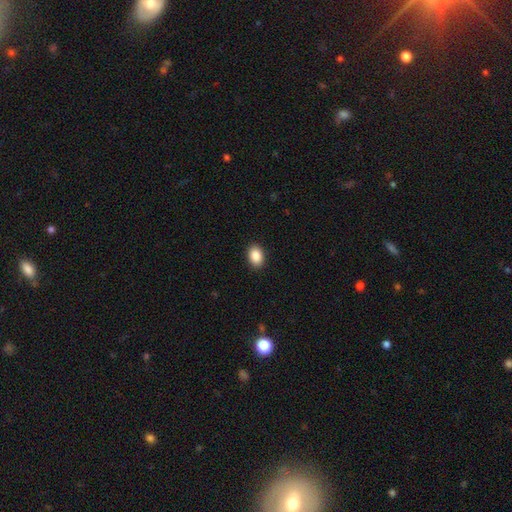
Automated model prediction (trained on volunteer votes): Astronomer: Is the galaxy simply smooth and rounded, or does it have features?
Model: smooth — 88%.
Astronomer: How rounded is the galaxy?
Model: in between — 78%.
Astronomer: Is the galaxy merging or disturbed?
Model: none — 90%.